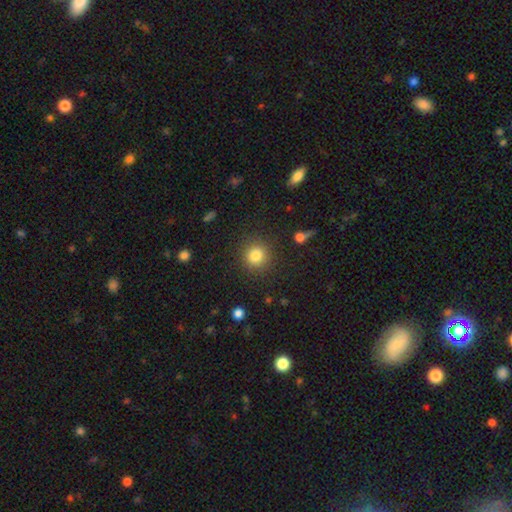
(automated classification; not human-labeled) Q: Smooth or featured?
A: smooth (82%); runner-up: star or artifact (12%)
Q: How rounded?
A: round (91%); runner-up: in between (8%)
Q: Merging?
A: none (88%); runner-up: minor disturbance (7%)